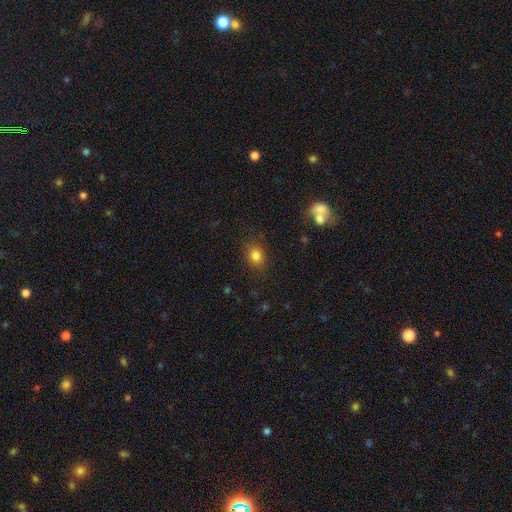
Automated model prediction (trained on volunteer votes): Smooth or featured? smooth (80%)
How rounded? in between (50%)
Merging? none (83%)